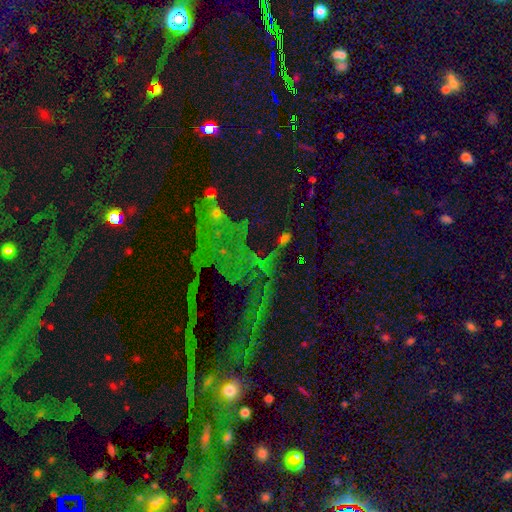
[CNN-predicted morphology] Smooth or featured?
  - star or artifact: 80% *
  - smooth: 11%
  - featured or disk: 9%